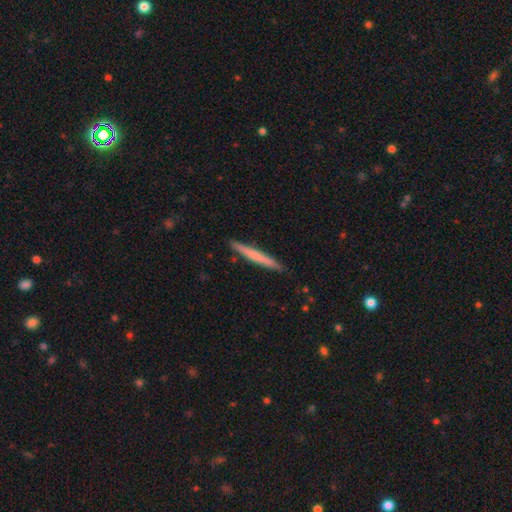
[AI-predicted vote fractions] Overall: smooth (58%; featured or disk 37%). How rounded: cigar-shaped (97%). Merging: none (91%).